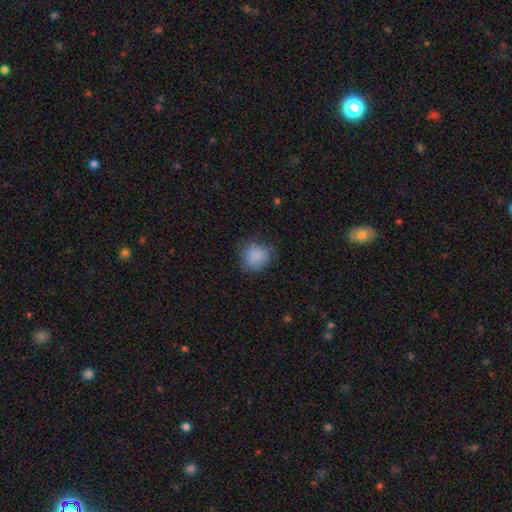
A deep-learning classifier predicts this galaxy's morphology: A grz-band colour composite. It shows a smooth galaxy with no disk features (84%) that is round (76%). Merging: none (71%).